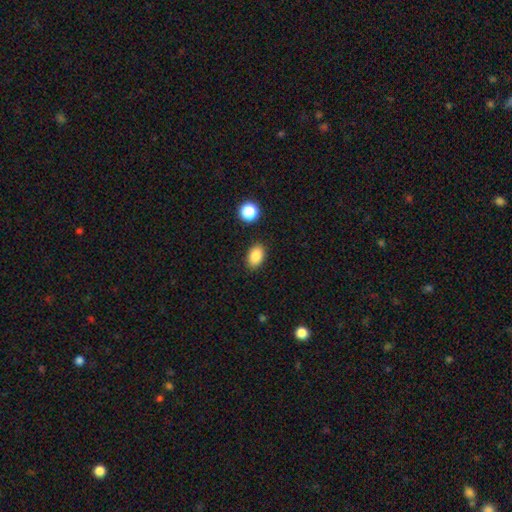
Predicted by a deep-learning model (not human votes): This appears to be a smooth galaxy with no disk features (86%) that is in between round and cigar-shaped (86%). Merging: none (86%).